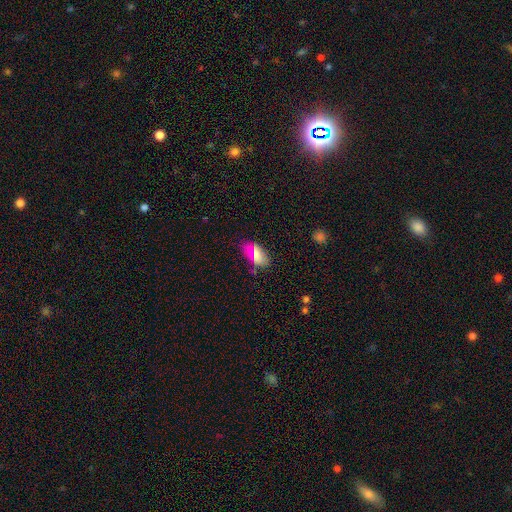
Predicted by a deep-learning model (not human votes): Smooth or featured?
  - smooth: 67% *
  - star or artifact: 18%
  - featured or disk: 15%
How rounded?
  - in between: 88% *
  - cigar-shaped: 7%
  - round: 5%
Merging?
  - none: 79% *
  - minor disturbance: 15%
  - major disturbance: 4%
  - merger: 2%